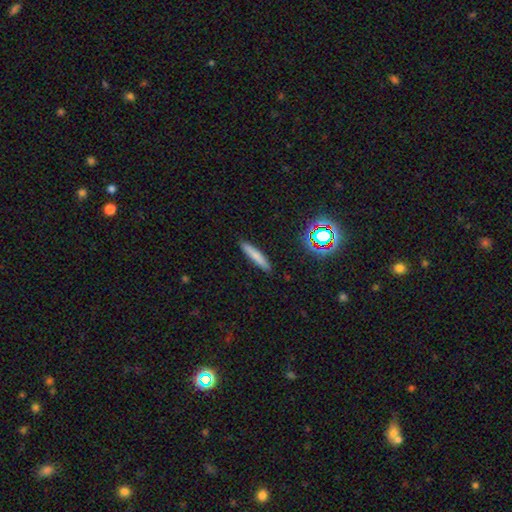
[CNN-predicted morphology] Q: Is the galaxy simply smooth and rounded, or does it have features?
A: smooth — 73%.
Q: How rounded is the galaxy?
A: cigar-shaped — 90%.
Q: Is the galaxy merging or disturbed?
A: none — 90%.